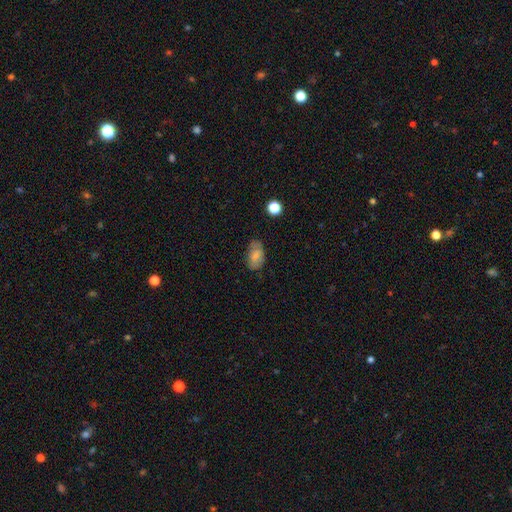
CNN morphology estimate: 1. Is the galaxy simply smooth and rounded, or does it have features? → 74% smooth, 17% featured or disk, 9% star or artifact.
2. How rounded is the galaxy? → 91% in between, 7% round, 2% cigar-shaped.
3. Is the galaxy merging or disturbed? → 68% none, 24% minor disturbance, 6% major disturbance, 2% merger.